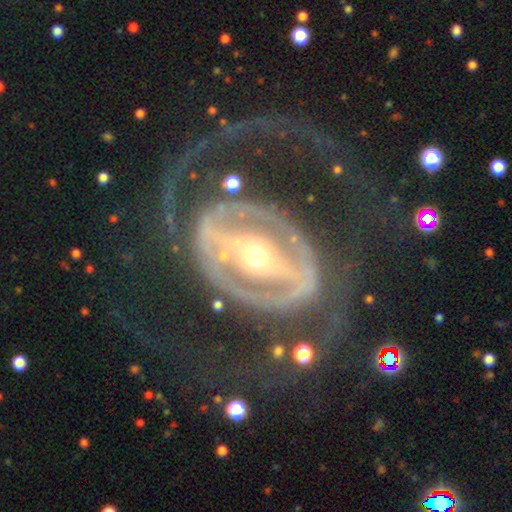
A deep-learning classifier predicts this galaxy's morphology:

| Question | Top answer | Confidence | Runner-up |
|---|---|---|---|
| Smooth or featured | featured or disk | 84% | smooth (10%) |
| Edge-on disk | no | 96% | yes (4%) |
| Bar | strong | 57% | weak (23%) |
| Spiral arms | yes | 61% | no (39%) |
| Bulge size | moderate | 58% | small (35%) |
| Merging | none | 55% | major disturbance (23%) |